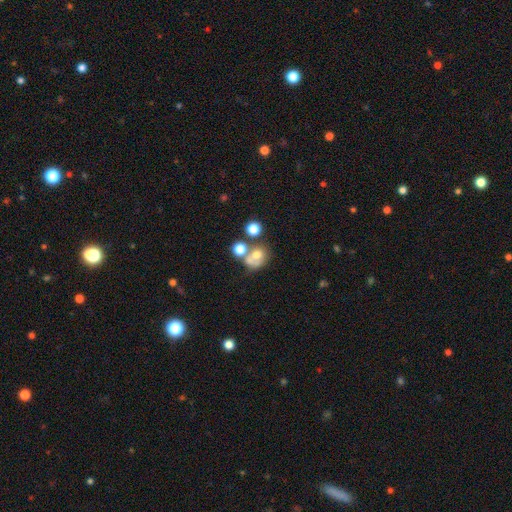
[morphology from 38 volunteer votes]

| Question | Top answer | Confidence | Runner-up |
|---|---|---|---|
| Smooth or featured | smooth | 53% | featured or disk (39%) |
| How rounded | round | 75% | in between (25%) |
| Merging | merger | 54% | none (29%) |